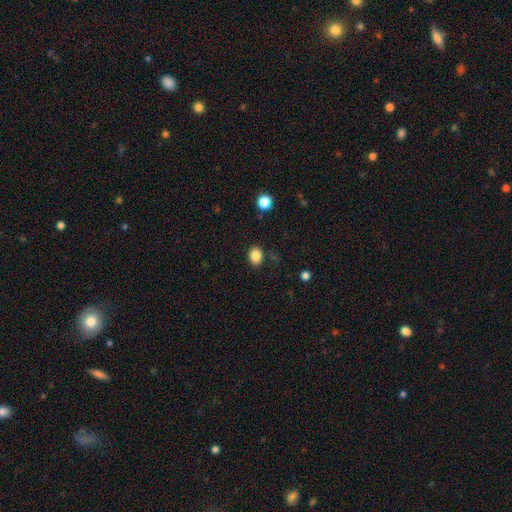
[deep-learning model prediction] smooth_or_featured: smooth (p=0.84) [alt: star or artifact p=0.11]
how_rounded: round (p=0.50) [alt: in between p=0.49]
merging: none (p=0.85) [alt: minor disturbance p=0.10]